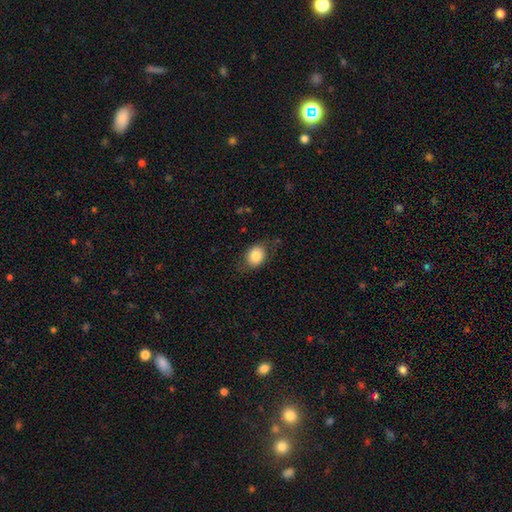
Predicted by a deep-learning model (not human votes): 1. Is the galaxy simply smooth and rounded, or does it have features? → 81% smooth, 10% featured or disk, 8% star or artifact.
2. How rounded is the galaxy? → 54% in between, 45% round, 1% cigar-shaped.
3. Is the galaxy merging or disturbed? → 72% none, 19% minor disturbance, 7% major disturbance, 1% merger.